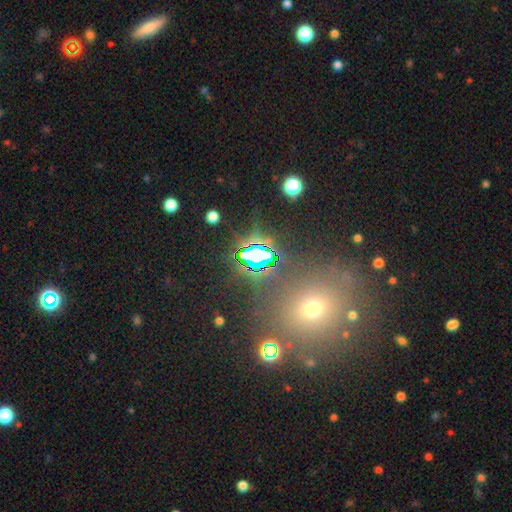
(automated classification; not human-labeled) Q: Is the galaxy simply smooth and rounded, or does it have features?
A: star or artifact — 78%.